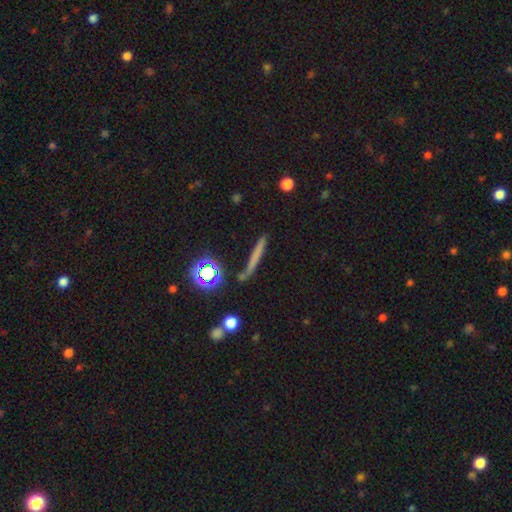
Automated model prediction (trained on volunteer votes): Smooth or featured?
  - smooth: 58% *
  - featured or disk: 26%
  - star or artifact: 15%
How rounded?
  - cigar-shaped: 91% *
  - round: 5%
  - in between: 4%
Merging?
  - none: 82% *
  - minor disturbance: 11%
  - merger: 4%
  - major disturbance: 3%